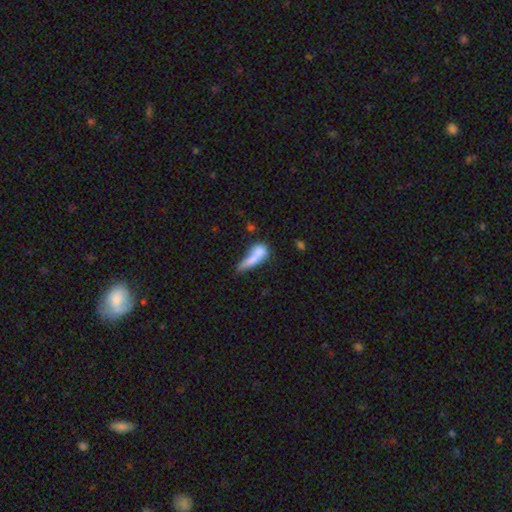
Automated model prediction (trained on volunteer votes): Smooth or featured? smooth (70%)
How rounded? cigar-shaped (52%)
Merging? merger (36%)